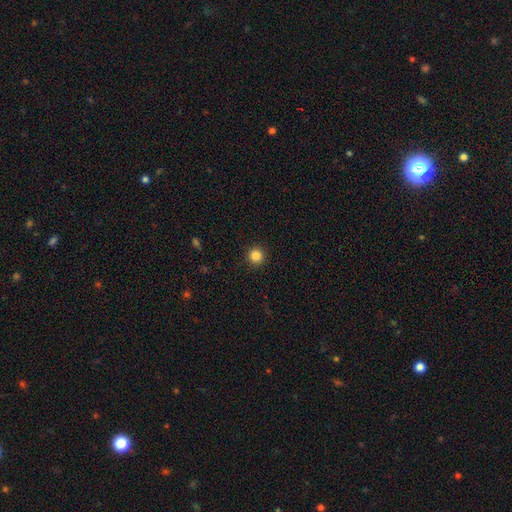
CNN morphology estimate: smooth_or_featured: smooth (p=0.85) [alt: star or artifact p=0.12]
how_rounded: round (p=0.96) [alt: in between p=0.03]
merging: none (p=0.93) [alt: minor disturbance p=0.05]